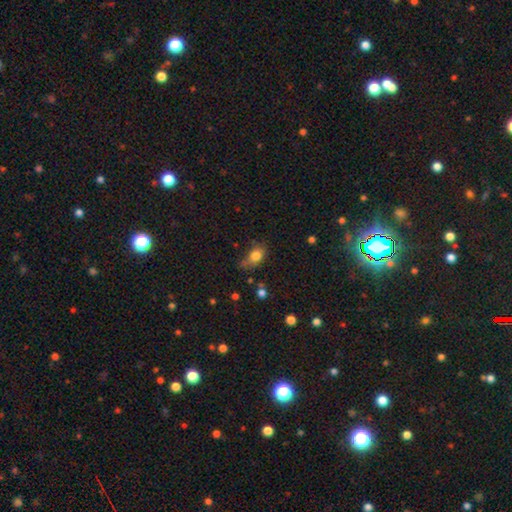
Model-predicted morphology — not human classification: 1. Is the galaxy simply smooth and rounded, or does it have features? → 80% smooth, 10% star or artifact, 10% featured or disk.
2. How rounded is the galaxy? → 72% in between, 26% round, 3% cigar-shaped.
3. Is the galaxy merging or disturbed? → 53% none, 31% minor disturbance, 10% major disturbance, 6% merger.